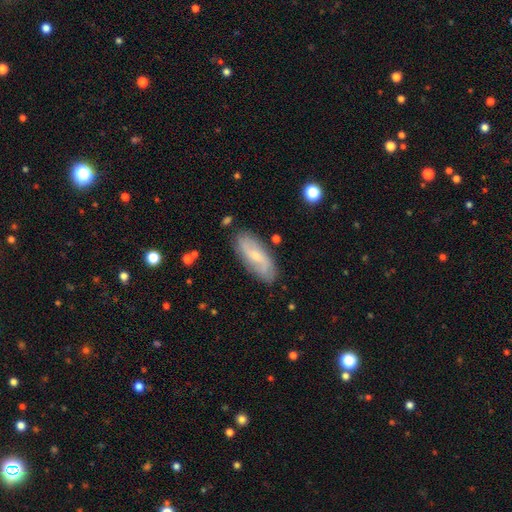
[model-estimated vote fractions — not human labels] The model was most divided on "smooth or featured": featured or disk: 55%, smooth: 38%, star or artifact: 7%. More confident: edge-on disk — no (86%); merging — none (82%).